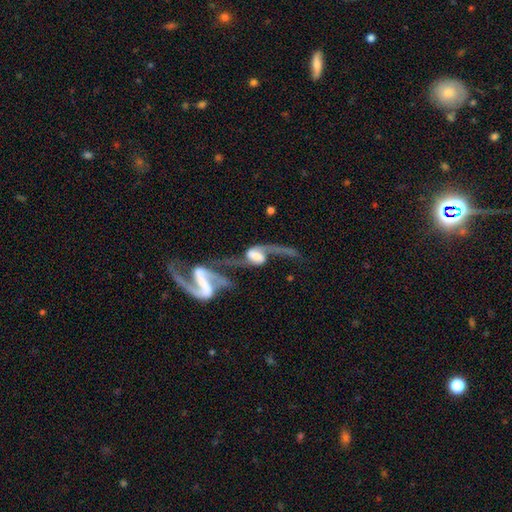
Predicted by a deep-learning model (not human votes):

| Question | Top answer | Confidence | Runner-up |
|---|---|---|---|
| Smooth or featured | featured or disk | 82% | smooth (11%) |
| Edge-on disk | no | 94% | yes (6%) |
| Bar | weak | 38% | strong (36%) |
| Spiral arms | yes | 90% | no (10%) |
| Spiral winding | loose | 83% | medium (13%) |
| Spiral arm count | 2 | 84% | 1 (9%) |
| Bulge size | large | 29% | moderate (28%) |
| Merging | merger | 55% | major disturbance (19%) |